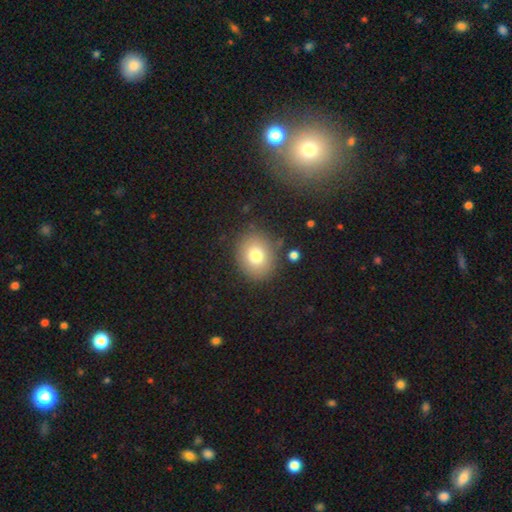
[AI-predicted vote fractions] Overall: smooth (78%). How rounded: round (63%; in between 36%). Merging: none (84%).